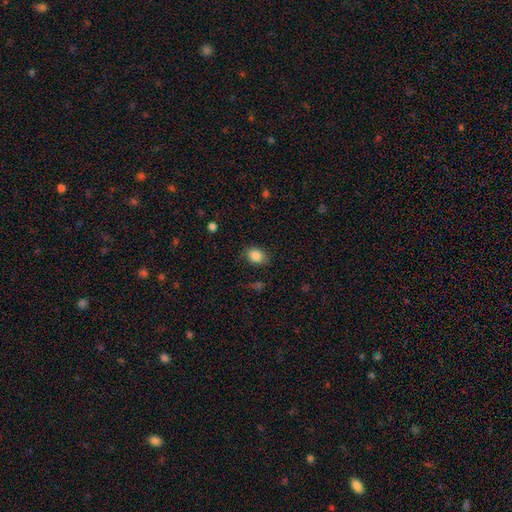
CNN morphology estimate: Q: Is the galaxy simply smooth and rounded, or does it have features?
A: smooth — 84%.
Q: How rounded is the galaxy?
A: in between — 59%.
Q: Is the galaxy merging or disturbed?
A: none — 81%.